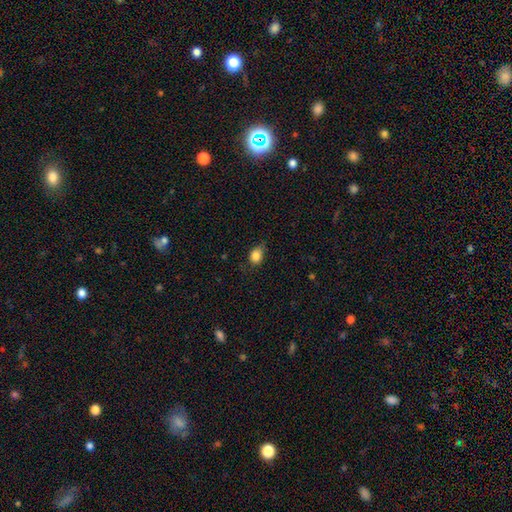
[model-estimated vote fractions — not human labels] Overall: smooth (85%). How rounded: in between (58%; round 41%). Merging: none (69%).